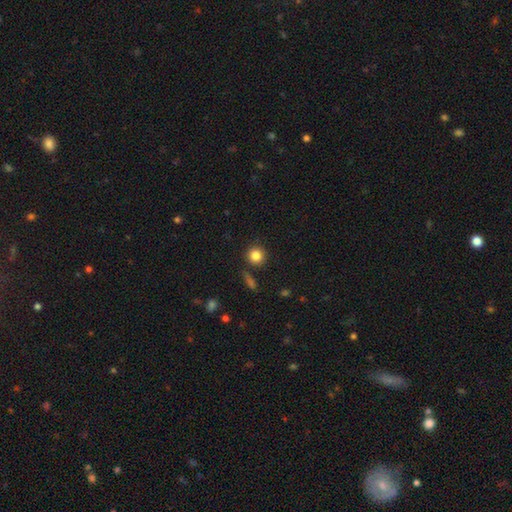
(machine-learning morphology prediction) Q: Smooth or featured?
A: smooth (84%); runner-up: star or artifact (10%)
Q: How rounded?
A: round (92%); runner-up: in between (7%)
Q: Merging?
A: none (85%); runner-up: minor disturbance (8%)